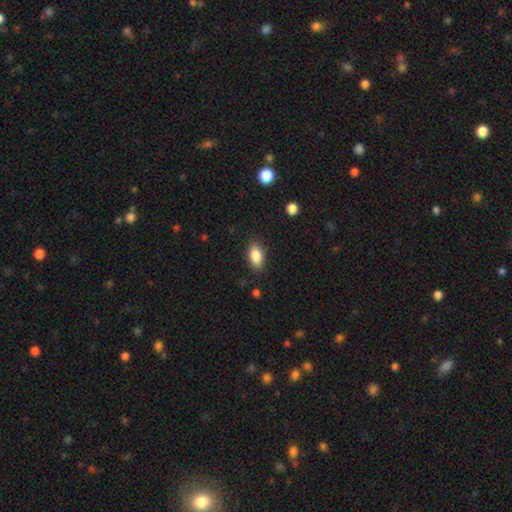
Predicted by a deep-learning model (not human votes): Smooth or featured: smooth — 85% (star or artifact — 8%)
How rounded: in between — 90% (round — 6%)
Merging: none — 85% (minor disturbance — 11%)